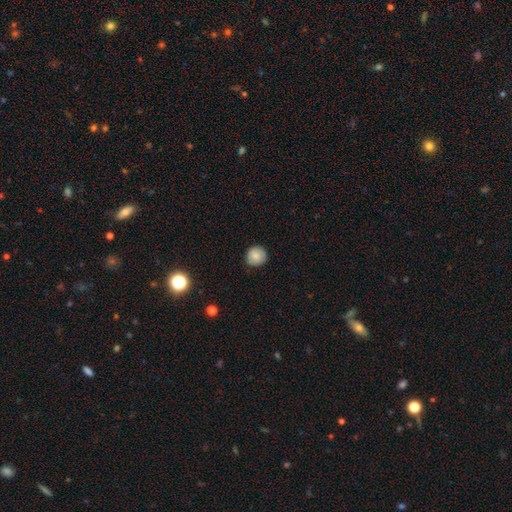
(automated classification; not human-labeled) Overall: smooth (85%). How rounded: round (93%). Merging: none (87%).